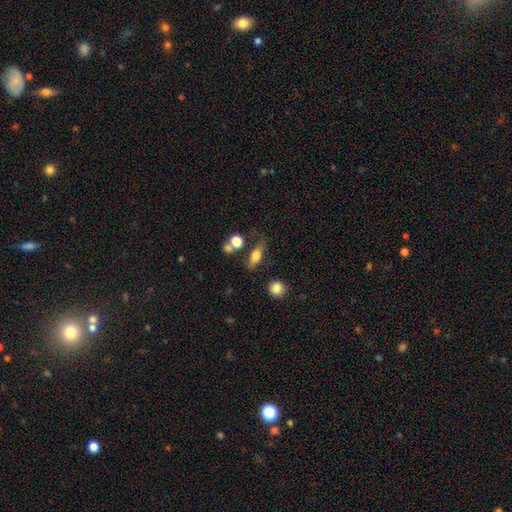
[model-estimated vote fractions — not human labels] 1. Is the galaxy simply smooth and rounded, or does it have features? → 69% smooth, 22% featured or disk, 8% star or artifact.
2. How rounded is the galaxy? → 66% in between, 24% cigar-shaped, 10% round.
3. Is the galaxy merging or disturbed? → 64% none, 17% minor disturbance, 12% merger, 7% major disturbance.